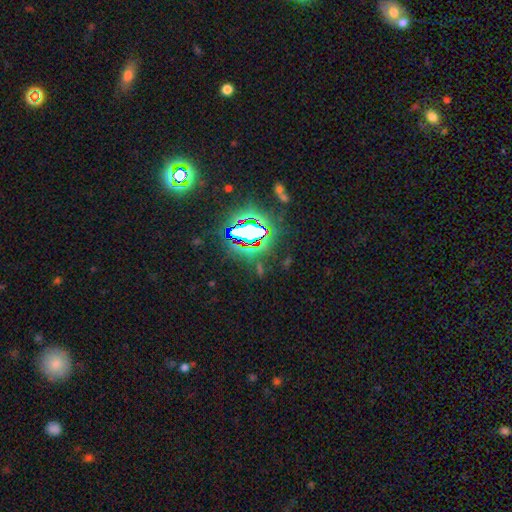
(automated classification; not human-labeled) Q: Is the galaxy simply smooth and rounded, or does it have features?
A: star or artifact — 83%.